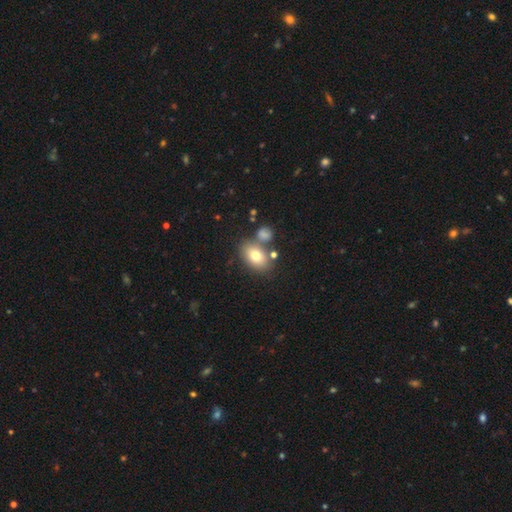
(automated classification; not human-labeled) Morphology: type=smooth (77%); roundness=in between (84%); merging=none (65%).